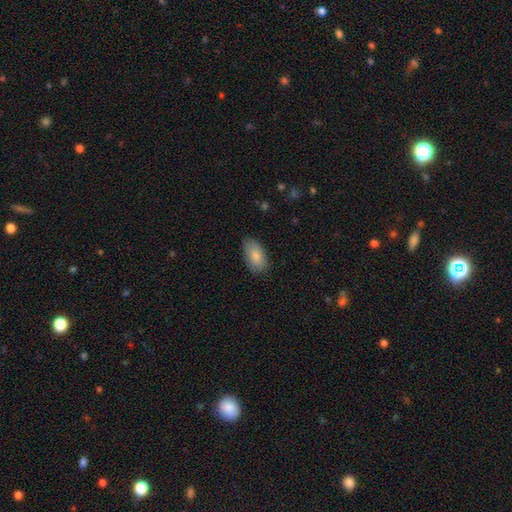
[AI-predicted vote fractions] A smooth galaxy with no disk features (85%) that is in between round and cigar-shaped (94%).

Vote fractions:
- Smooth or featured? smooth: 85% / featured or disk: 9% / star or artifact: 6%
- How rounded? in between: 94% / round: 3% / cigar-shaped: 3%
- Merging? none: 78% / minor disturbance: 18% / major disturbance: 3% / merger: 1%